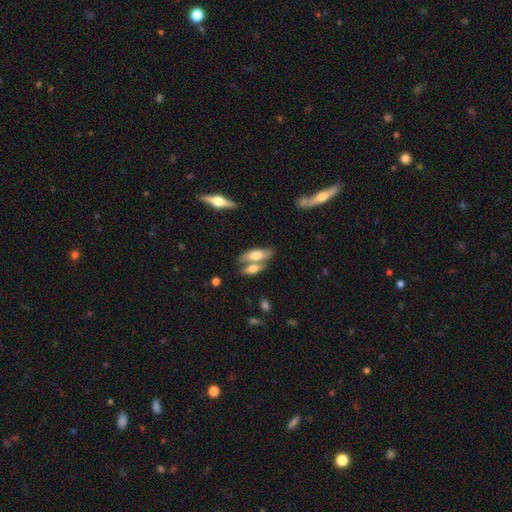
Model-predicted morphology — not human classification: A smooth galaxy with no disk features (58%) that is in between round and cigar-shaped (69%). Merging: none (46%).